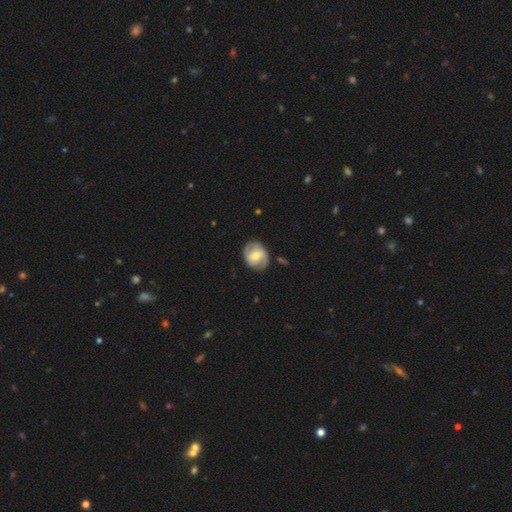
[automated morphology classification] Smooth or featured? featured or disk (56%)
Edge-on disk? no (97%)
Bar? weak (44%)
Spiral arms? yes (77%)
Bulge size? moderate (59%)
Merging? none (77%)